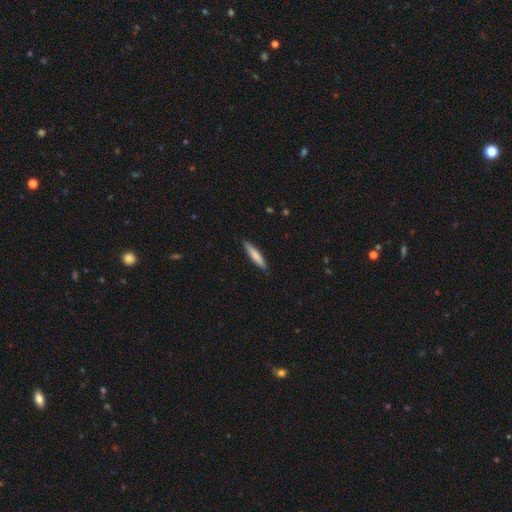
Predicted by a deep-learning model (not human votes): Smooth or featured: smooth — 75% (featured or disk — 19%)
How rounded: cigar-shaped — 90% (in between — 9%)
Merging: none — 88% (minor disturbance — 9%)